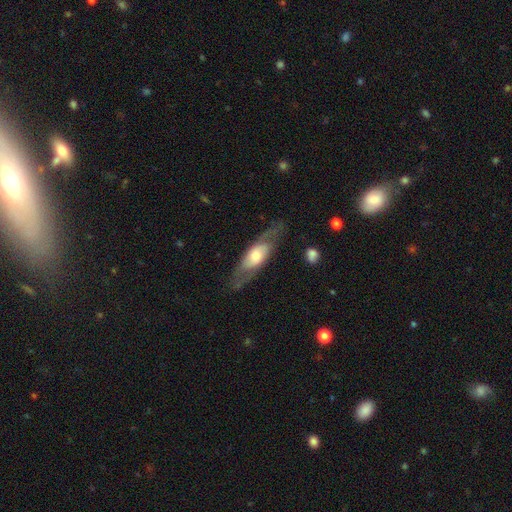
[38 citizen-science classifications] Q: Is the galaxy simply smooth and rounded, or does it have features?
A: featured or disk — 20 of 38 (53%).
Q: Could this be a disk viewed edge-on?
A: no — 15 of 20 (75%).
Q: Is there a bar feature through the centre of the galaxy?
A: no — 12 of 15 (80%).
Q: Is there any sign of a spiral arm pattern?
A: yes — 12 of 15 (80%).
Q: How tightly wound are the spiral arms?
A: medium — 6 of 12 (50%).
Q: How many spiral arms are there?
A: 2 — 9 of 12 (75%).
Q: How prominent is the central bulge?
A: moderate — 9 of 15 (60%).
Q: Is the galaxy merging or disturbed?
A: none — 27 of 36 (75%).